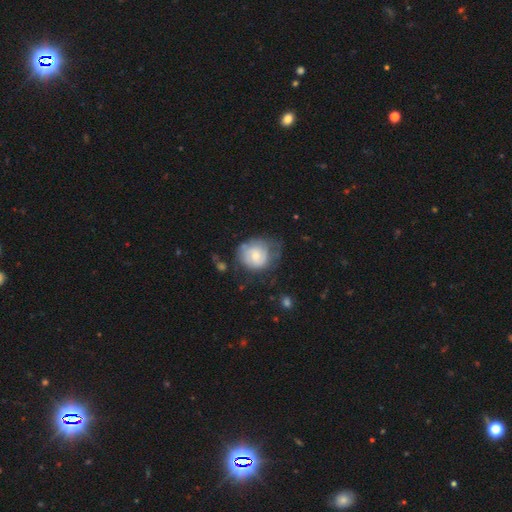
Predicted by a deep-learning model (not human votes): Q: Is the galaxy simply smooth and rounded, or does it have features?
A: smooth — 50%.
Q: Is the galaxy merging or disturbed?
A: none — 49%.